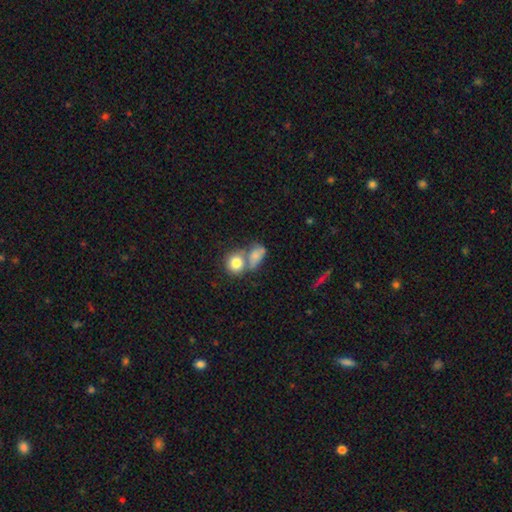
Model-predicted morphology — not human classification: This appears to be a smooth galaxy with no disk features (73%) that is in between round and cigar-shaped (62%). Merging: merger (52%).